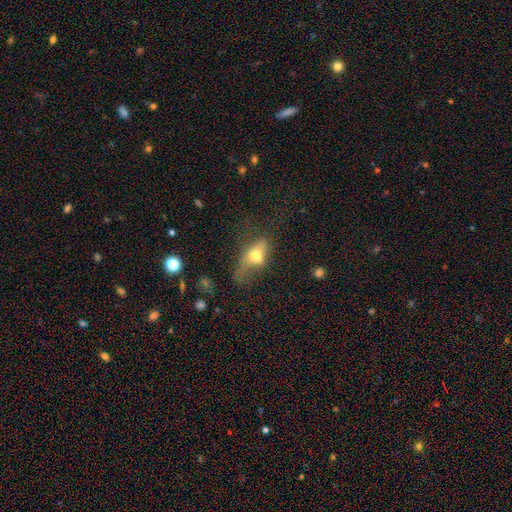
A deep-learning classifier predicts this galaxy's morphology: type=smooth (60%); roundness=in between (76%); merging=major disturbance (40%).